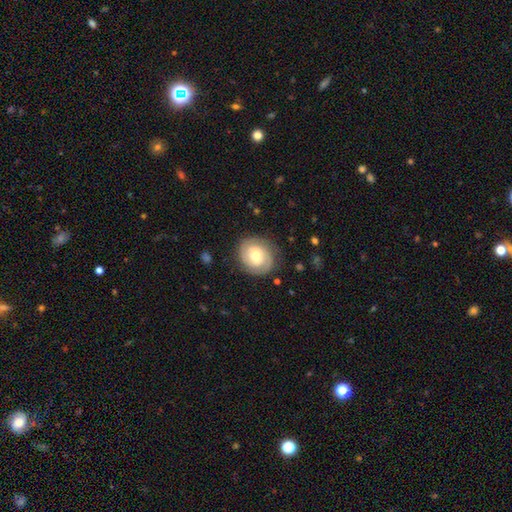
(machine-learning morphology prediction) featured or disk 64%, smooth 30%, star or artifact 6%. Down the decision tree: edge-on disk — no (97%); bar — weak (48%); spiral arms — yes (85%); spiral arm count — 2 (69%); spiral winding — tight (63%); bulge size — moderate (69%); merging — none (82%).